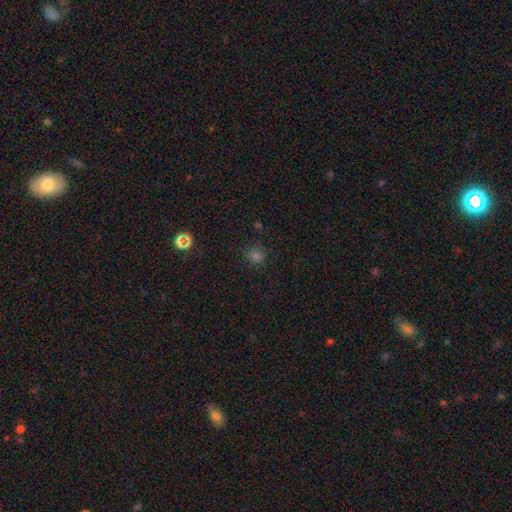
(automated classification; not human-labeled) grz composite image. It shows a smooth galaxy with no disk features (73%) that is round (90%). Merging: none (84%).